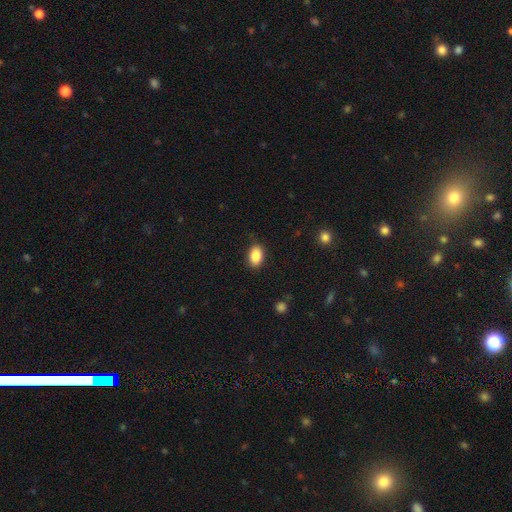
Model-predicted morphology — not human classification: smooth 87%, star or artifact 8%, featured or disk 5%. Down the decision tree: how rounded — in between (86%); merging — none (85%).